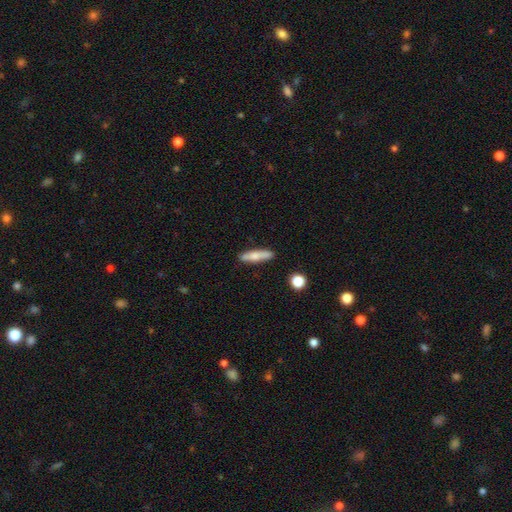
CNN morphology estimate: Overall: smooth (67%). How rounded: cigar-shaped (80%). Merging: none (85%).